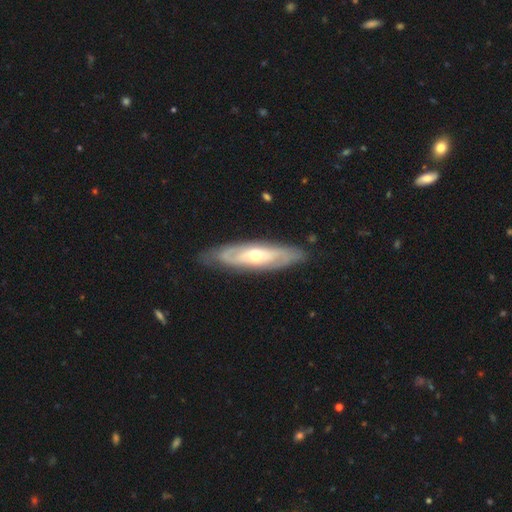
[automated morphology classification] Smooth or featured? Predicted: featured or disk (p=0.71). Edge-on disk? Predicted: no (p=0.70). Merging? Predicted: none (p=0.83).